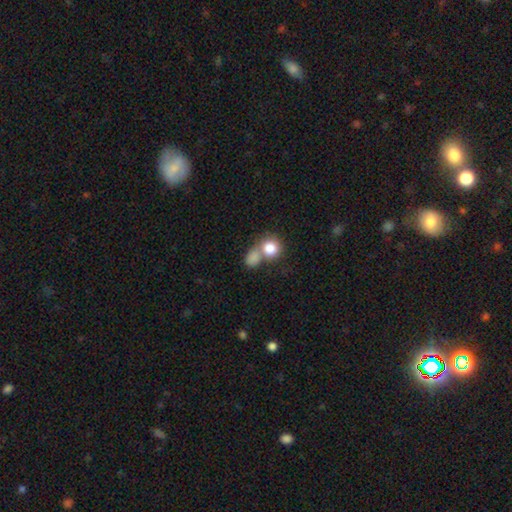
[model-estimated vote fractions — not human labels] The model was most divided on "merging": merger: 46%, none: 40%, minor disturbance: 9%, major disturbance: 5%. More confident: smooth or featured — smooth (81%); how rounded — round (72%).